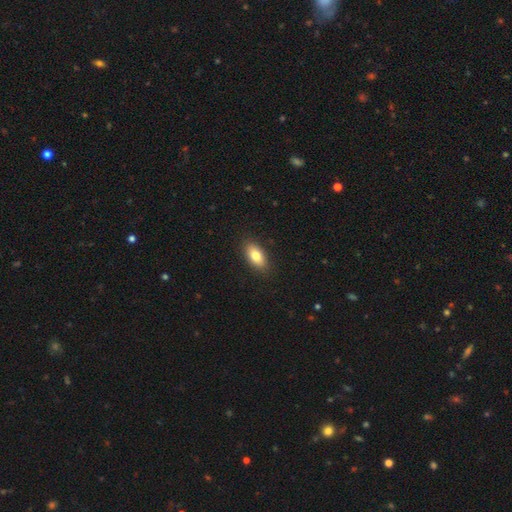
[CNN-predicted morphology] smooth_or_featured: smooth (p=0.81) [alt: featured or disk p=0.12]
how_rounded: in between (p=0.88) [alt: cigar-shaped p=0.09]
merging: none (p=0.88) [alt: minor disturbance p=0.09]